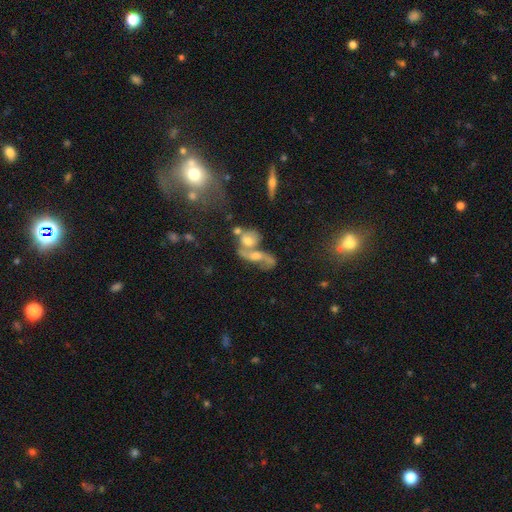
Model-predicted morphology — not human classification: The model was most divided on "bulge size": moderate: 49%, small: 23%, large: 14%, none: 12%, dominant: 3%. More confident: edge-on disk — no (89%); spiral arms — yes (70%); bar — no (63%); smooth or featured — featured or disk (60%); merging — merger (57%).